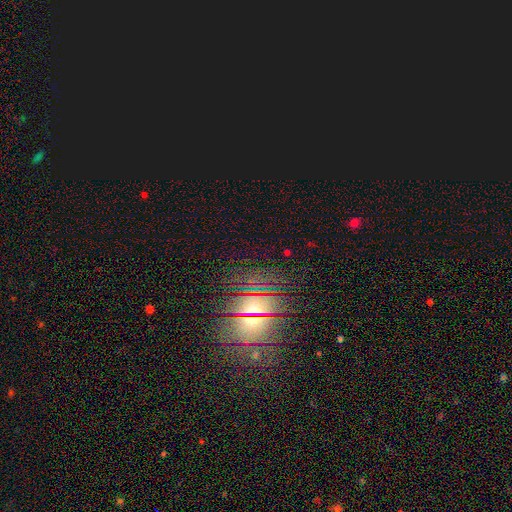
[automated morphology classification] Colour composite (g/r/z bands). It shows a star or artifact, not a galaxy (66%).